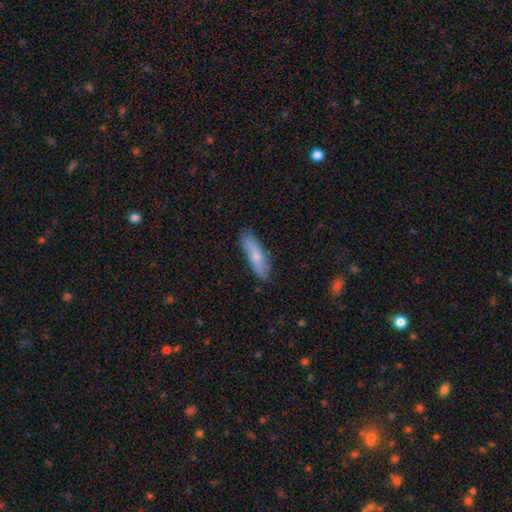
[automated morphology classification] Smooth or featured? smooth (65%)
How rounded? cigar-shaped (65%)
Merging? none (80%)